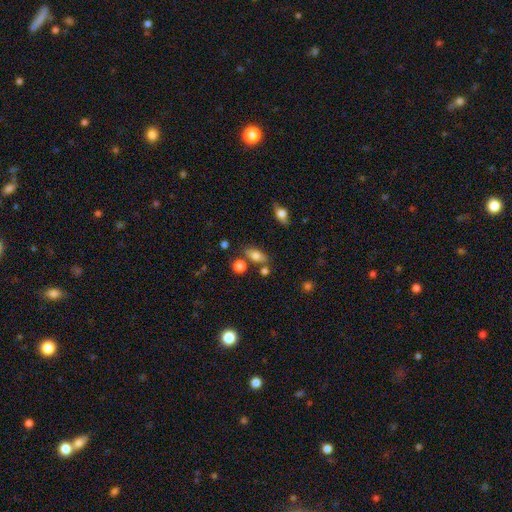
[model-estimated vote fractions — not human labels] smooth-or-featured: smooth: 76% | featured or disk: 14% | star or artifact: 11%
  how-rounded: in between: 80% | cigar-shaped: 11% | round: 9%
  merging: none: 71% | minor disturbance: 14% | merger: 11% | major disturbance: 4%